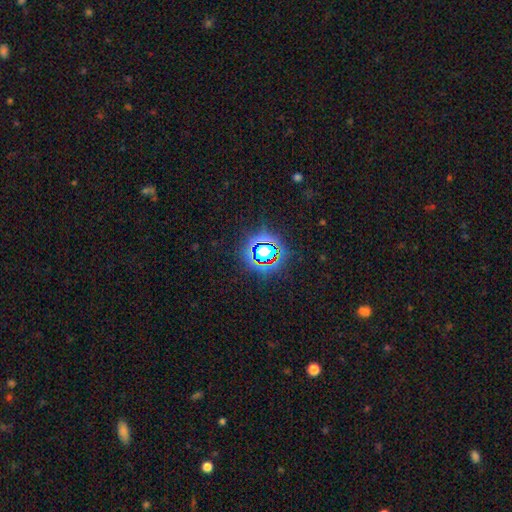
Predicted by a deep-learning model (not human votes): Q: Smooth or featured?
A: star or artifact (67%); runner-up: smooth (23%)